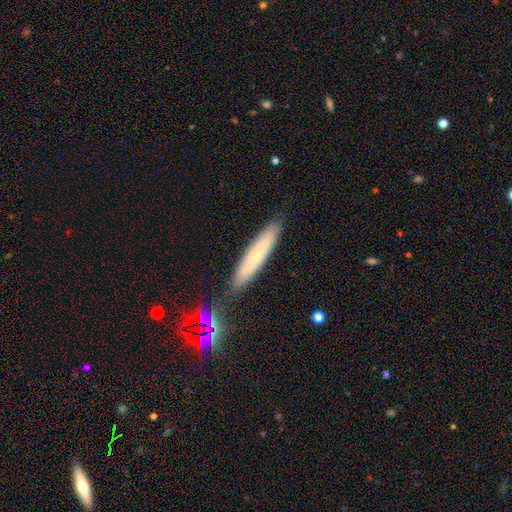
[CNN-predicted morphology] Smooth or featured?
  - smooth: 65% *
  - featured or disk: 24%
  - star or artifact: 11%
How rounded?
  - cigar-shaped: 89% *
  - in between: 9%
  - round: 1%
Merging?
  - none: 86% *
  - minor disturbance: 9%
  - merger: 3%
  - major disturbance: 2%